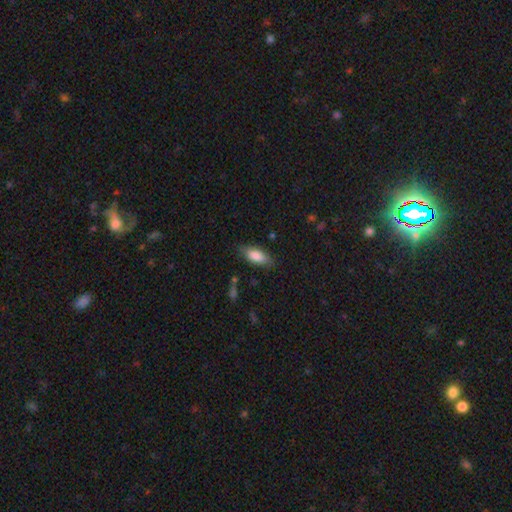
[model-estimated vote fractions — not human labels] The model was most divided on "merging": none: 80%, minor disturbance: 15%, major disturbance: 3%, merger: 2%. More confident: smooth or featured — smooth (84%); how rounded — in between (83%).